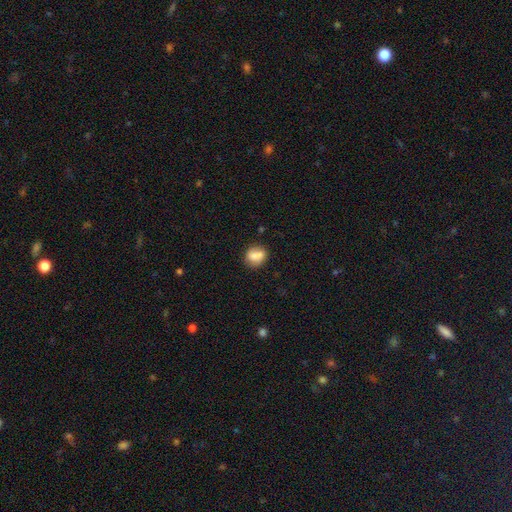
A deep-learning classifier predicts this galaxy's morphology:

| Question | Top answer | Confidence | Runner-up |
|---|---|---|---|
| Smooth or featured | smooth | 75% | featured or disk (17%) |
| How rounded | round | 61% | in between (37%) |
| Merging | none | 65% | minor disturbance (17%) |